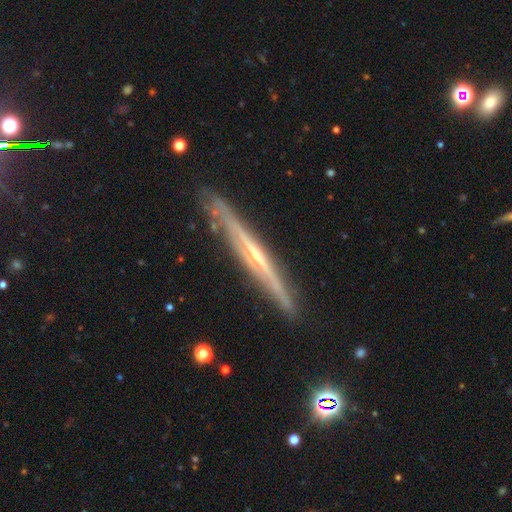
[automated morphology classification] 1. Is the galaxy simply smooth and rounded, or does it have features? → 81% featured or disk, 13% smooth, 6% star or artifact.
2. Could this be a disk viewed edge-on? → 94% yes, 6% no.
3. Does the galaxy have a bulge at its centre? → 59% rounded, 37% none, 4% boxy.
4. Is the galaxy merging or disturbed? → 85% none, 12% minor disturbance, 2% major disturbance, 2% merger.